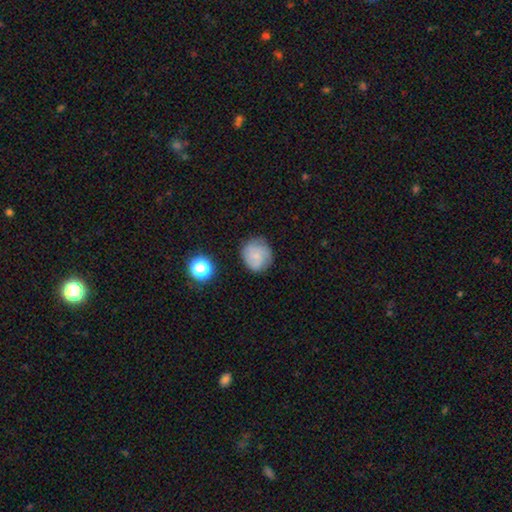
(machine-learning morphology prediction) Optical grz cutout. It shows a smooth galaxy with no disk features (46%). Merging: none (74%).